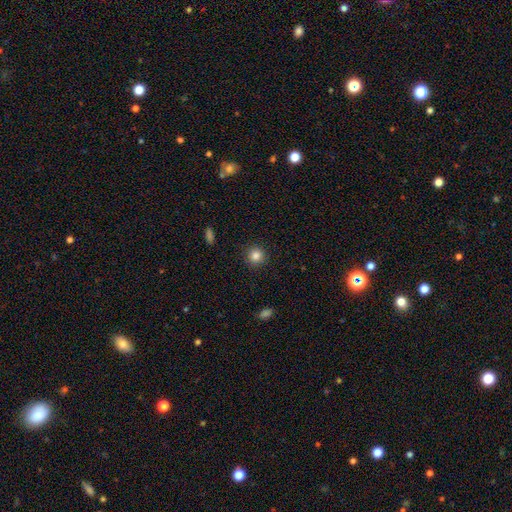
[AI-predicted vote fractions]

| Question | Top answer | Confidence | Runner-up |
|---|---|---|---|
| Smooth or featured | smooth | 84% | star or artifact (11%) |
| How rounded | round | 93% | in between (6%) |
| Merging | none | 91% | minor disturbance (6%) |